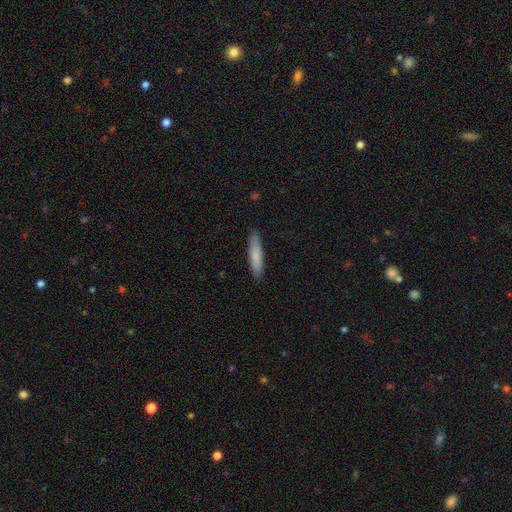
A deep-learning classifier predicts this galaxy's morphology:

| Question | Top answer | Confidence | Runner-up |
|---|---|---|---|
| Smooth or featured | smooth | 81% | featured or disk (14%) |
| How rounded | cigar-shaped | 85% | in between (14%) |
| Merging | none | 89% | minor disturbance (8%) |